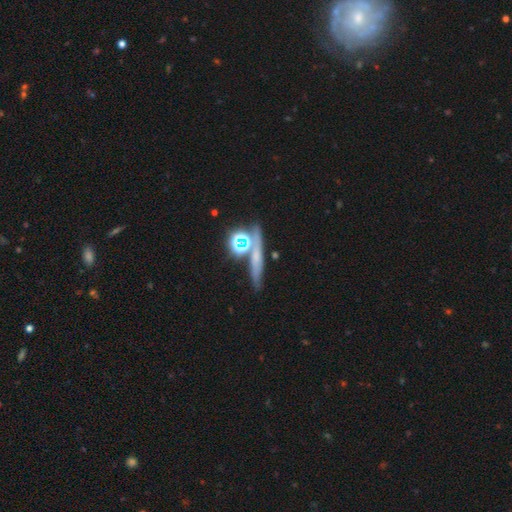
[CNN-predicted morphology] smooth 38%, star or artifact 35%, featured or disk 28%. Down the decision tree: merging — none (68%).